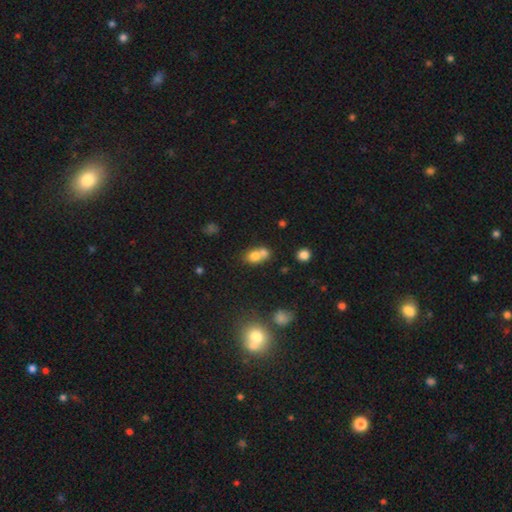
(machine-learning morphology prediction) This is likely a smooth galaxy (72%). How rounded: possibly in between (54%). Merging: likely merger (61%).